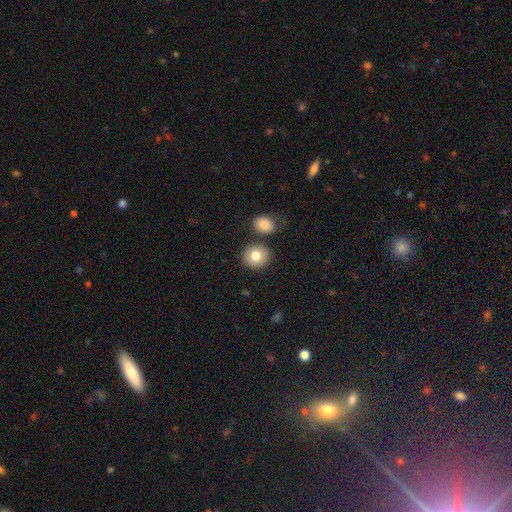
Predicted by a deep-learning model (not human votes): Smooth or featured? smooth (81%)
How rounded? round (87%)
Merging? none (79%)